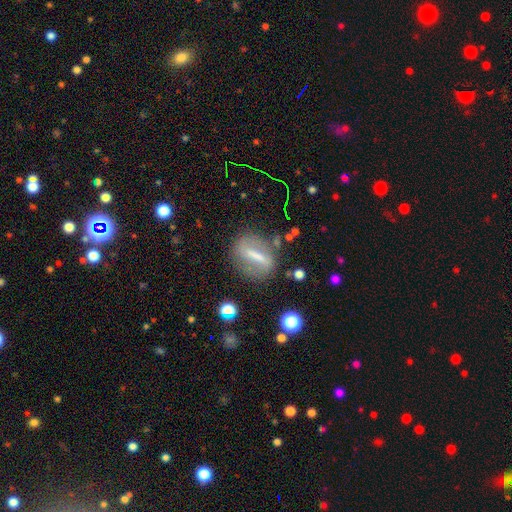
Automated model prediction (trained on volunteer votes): featured or disk 56%, smooth 33%, star or artifact 11%. Down the decision tree: edge-on disk — no (79%); merging — none (72%).